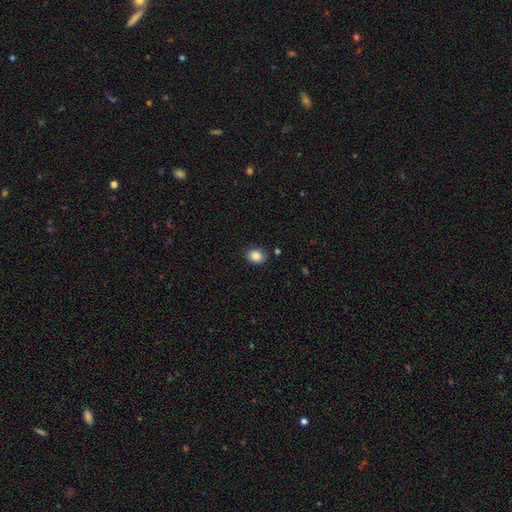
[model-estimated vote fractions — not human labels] smooth-or-featured: smooth: 86% | star or artifact: 9% | featured or disk: 5%
  how-rounded: round: 50% | in between: 49% | cigar-shaped: 1%
  merging: none: 85% | minor disturbance: 11% | major disturbance: 2% | merger: 2%